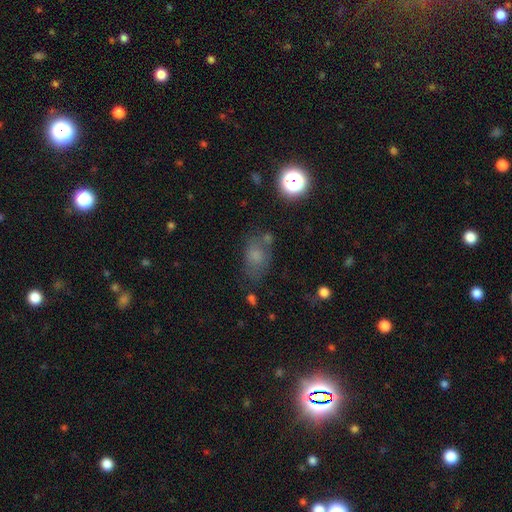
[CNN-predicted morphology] Overall: smooth (61%; star or artifact 21%). How rounded: in between (75%). Merging: none (58%; minor disturbance 22%).